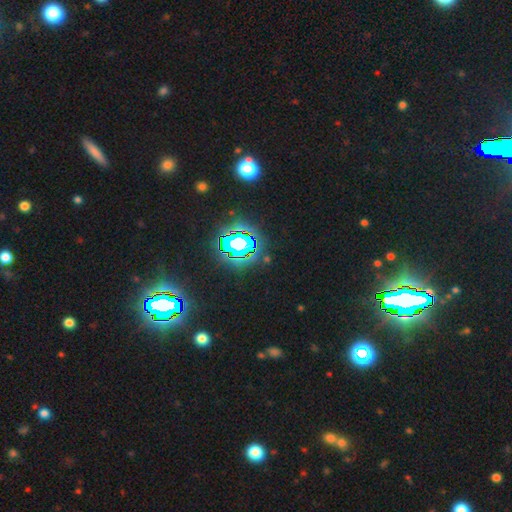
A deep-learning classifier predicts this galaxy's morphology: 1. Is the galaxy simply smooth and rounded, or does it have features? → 82% star or artifact, 11% smooth, 7% featured or disk.